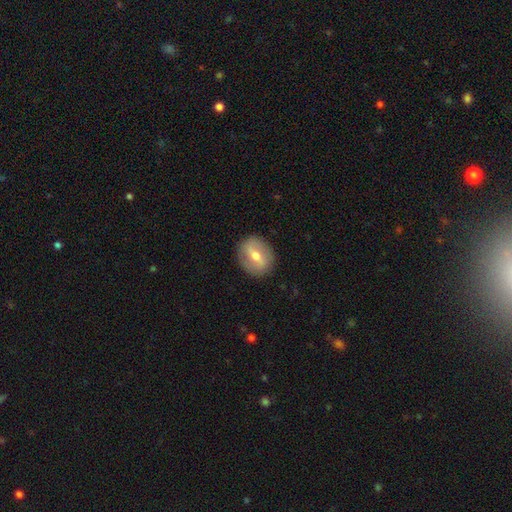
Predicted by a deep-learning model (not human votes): Smooth or featured? Predicted: featured or disk (p=0.52). Edge-on disk? Predicted: no (p=0.89). Merging? Predicted: none (p=0.87).